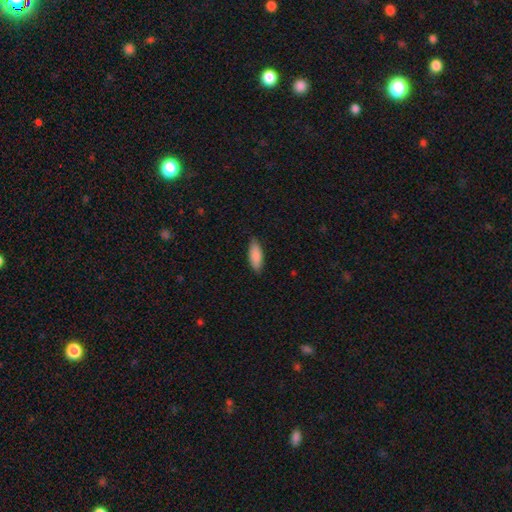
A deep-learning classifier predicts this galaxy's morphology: Smooth or featured? smooth (88%)
How rounded? in between (70%)
Merging? none (83%)